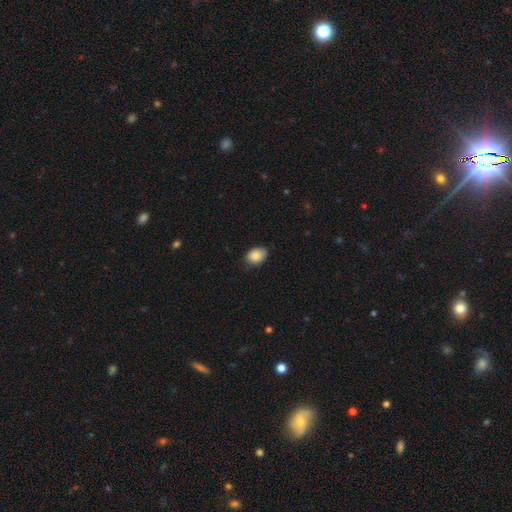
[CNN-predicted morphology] Smooth or featured? smooth (87%)
How rounded? in between (78%)
Merging? none (75%)